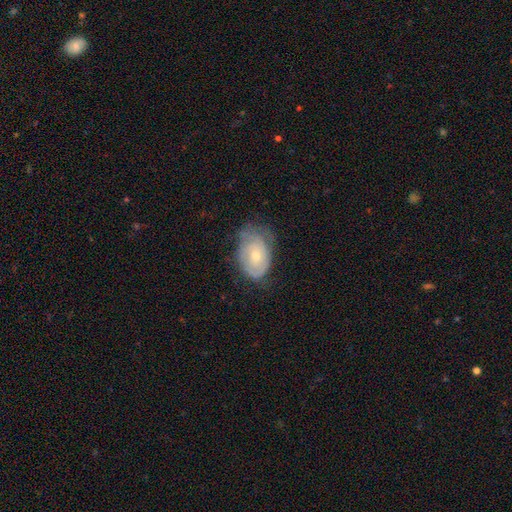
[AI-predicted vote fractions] A featured or disk galaxy (54%) with no bar (81%), spiral arms (71%) and a small central bulge (52%).

Vote fractions:
- Smooth or featured? featured or disk: 54% / smooth: 39% / star or artifact: 7%
- Edge-on disk? no: 95% / yes: 5%
- Bar? no: 81% / weak: 17% / strong: 2%
- Spiral arms? yes: 71% / no: 29%
- Bulge size? small: 52% / moderate: 43% / large: 2% / none: 2% / dominant: 1%
- Merging? none: 51% / minor disturbance: 34% / major disturbance: 14% / merger: 1%